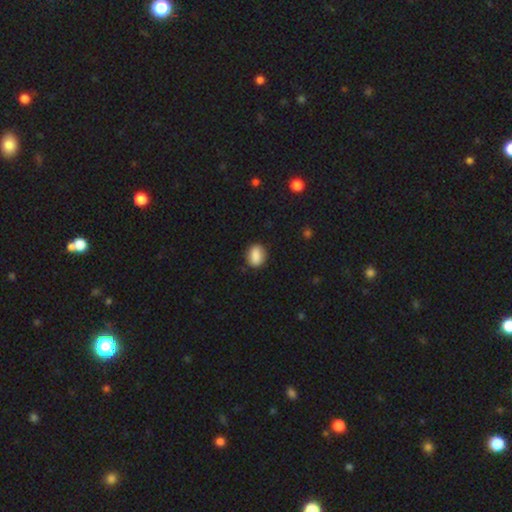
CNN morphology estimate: Smooth or featured: smooth — 85% (star or artifact — 8%)
How rounded: in between — 60% (round — 39%)
Merging: none — 83% (minor disturbance — 13%)